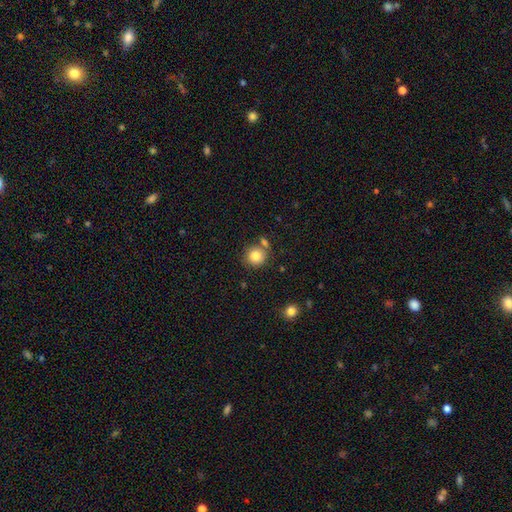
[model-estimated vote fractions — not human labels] smooth_or_featured: smooth (p=0.83) [alt: star or artifact p=0.09]
how_rounded: round (p=0.89) [alt: in between p=0.11]
merging: none (p=0.69) [alt: merger p=0.16]